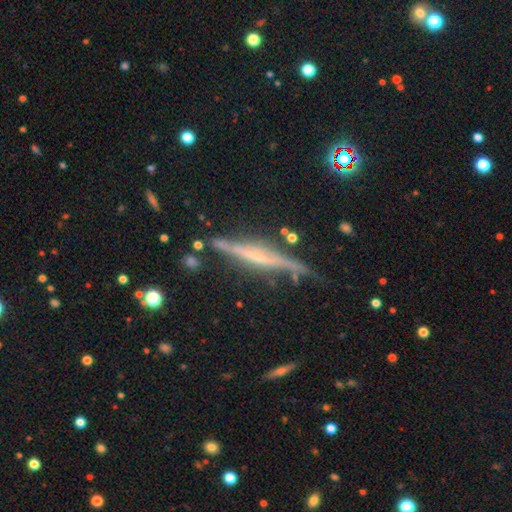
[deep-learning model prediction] Smooth or featured? featured or disk (79%)
Edge-on disk? yes (95%)
Edge-on bulge? rounded (47%)
Merging? none (73%)